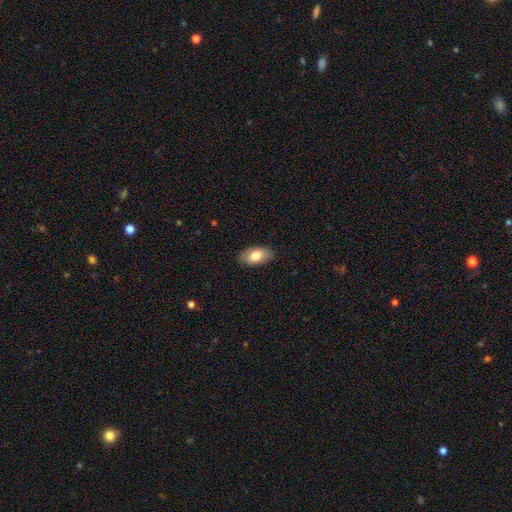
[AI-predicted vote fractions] Morphology: type=smooth (79%); roundness=in between (94%); merging=none (88%).